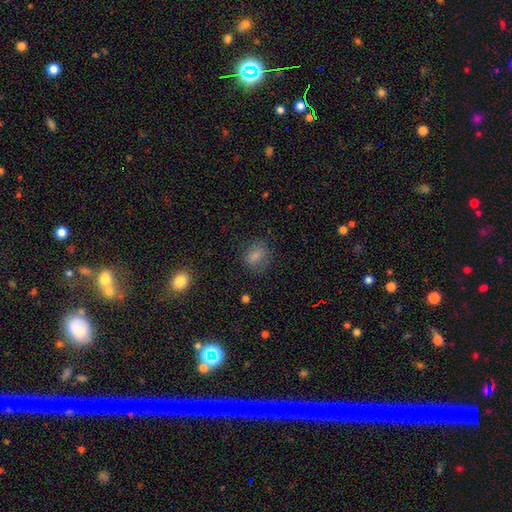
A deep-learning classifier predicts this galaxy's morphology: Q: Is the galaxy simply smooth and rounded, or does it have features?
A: smooth — 79%.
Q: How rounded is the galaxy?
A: in between — 65%.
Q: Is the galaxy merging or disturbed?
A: none — 73%.